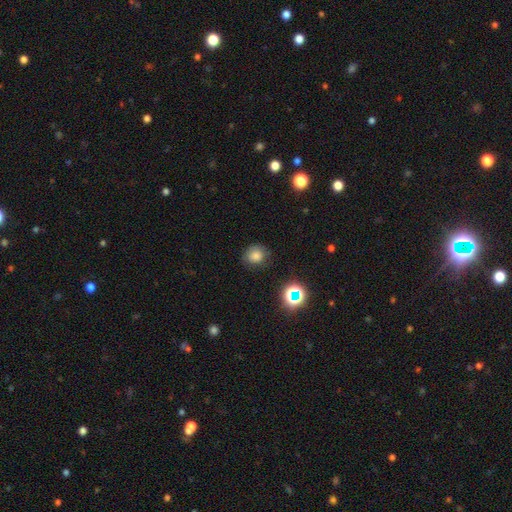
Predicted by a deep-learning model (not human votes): Smooth or featured: smooth — 76% (star or artifact — 16%)
How rounded: round — 80% (in between — 19%)
Merging: none — 74% (minor disturbance — 19%)